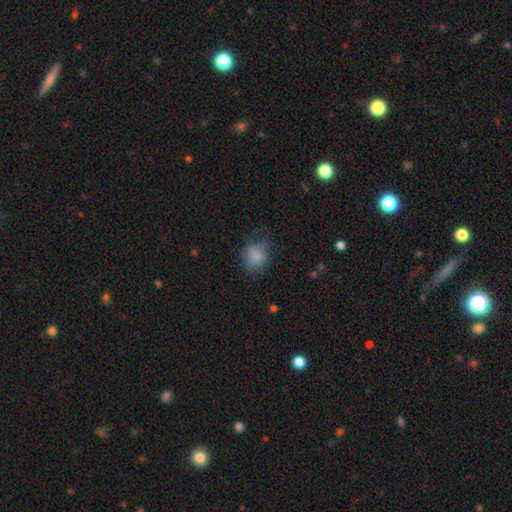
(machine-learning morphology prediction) A smooth galaxy with no disk features (79%) that is round (61%).

Vote fractions:
- Smooth or featured? smooth: 79% / star or artifact: 11% / featured or disk: 10%
- How rounded? round: 61% / in between: 38% / cigar-shaped: 1%
- Merging? none: 55% / minor disturbance: 28% / major disturbance: 16% / merger: 2%